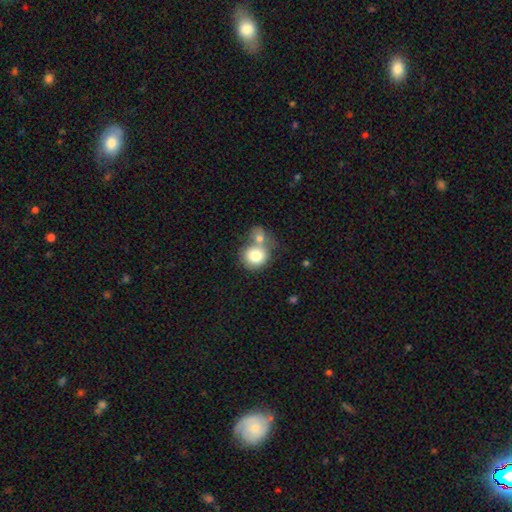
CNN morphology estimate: Smooth or featured? smooth (78%)
How rounded? round (78%)
Merging? merger (53%)